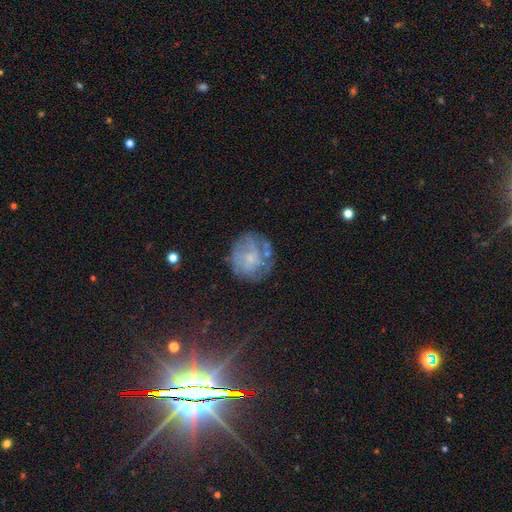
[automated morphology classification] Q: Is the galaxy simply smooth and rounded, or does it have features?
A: featured or disk — 52%.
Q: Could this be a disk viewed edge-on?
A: no — 97%.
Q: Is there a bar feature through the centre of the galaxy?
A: no — 76%.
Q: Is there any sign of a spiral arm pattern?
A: yes — 50%, tied with no.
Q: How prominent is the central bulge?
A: small — 57%.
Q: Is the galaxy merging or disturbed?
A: none — 64%.